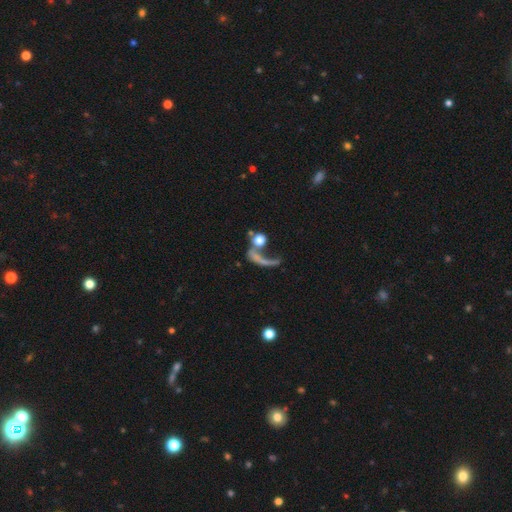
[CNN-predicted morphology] smooth_or_featured: featured or disk (p=0.47) [alt: smooth p=0.37]
merging: major disturbance (p=0.32) [alt: none p=0.30]